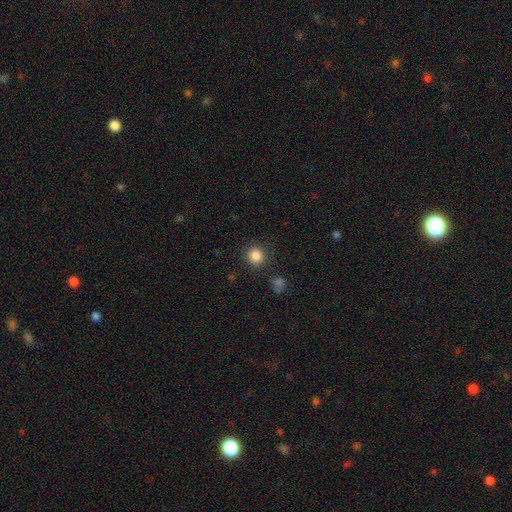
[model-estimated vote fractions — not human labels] Q: Smooth or featured?
A: smooth (85%); runner-up: star or artifact (11%)
Q: How rounded?
A: round (90%); runner-up: in between (9%)
Q: Merging?
A: none (86%); runner-up: minor disturbance (8%)